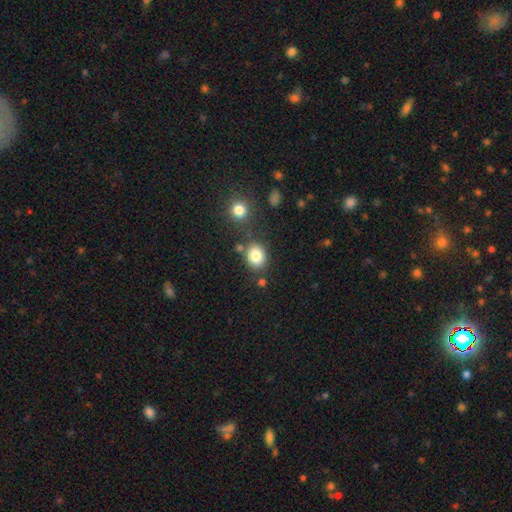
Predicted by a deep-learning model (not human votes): A smooth galaxy with no disk features (83%) that is round (51%).

Vote fractions:
- Smooth or featured? smooth: 83% / star or artifact: 10% / featured or disk: 7%
- How rounded? round: 51% / in between: 48% / cigar-shaped: 1%
- Merging? none: 73% / minor disturbance: 13% / merger: 11% / major disturbance: 4%